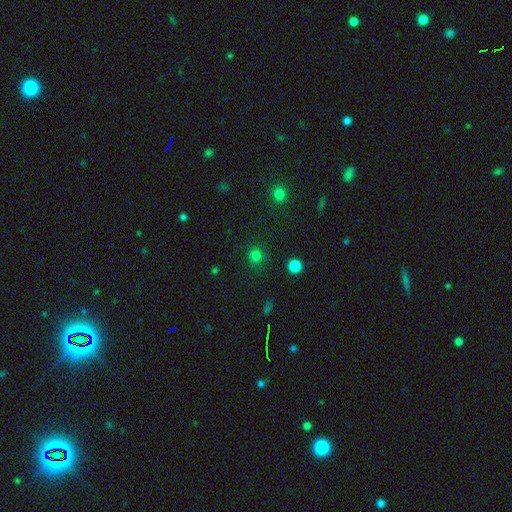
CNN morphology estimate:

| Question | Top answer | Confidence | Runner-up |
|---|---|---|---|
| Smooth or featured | smooth | 77% | star or artifact (19%) |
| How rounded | round | 91% | in between (8%) |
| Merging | none | 86% | minor disturbance (9%) |